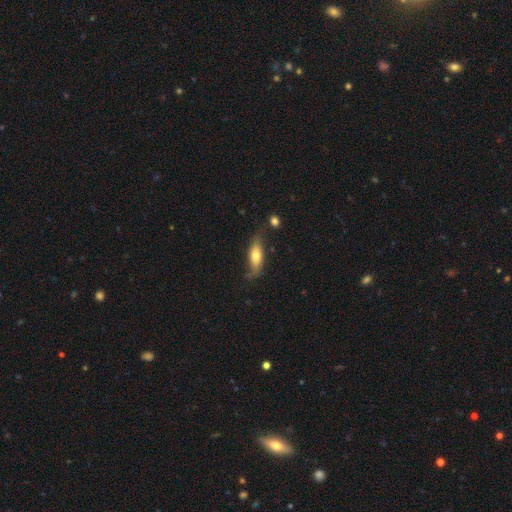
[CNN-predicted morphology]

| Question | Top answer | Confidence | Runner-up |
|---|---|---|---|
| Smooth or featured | smooth | 66% | featured or disk (28%) |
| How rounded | in between | 68% | cigar-shaped (28%) |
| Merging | none | 57% | minor disturbance (28%) |